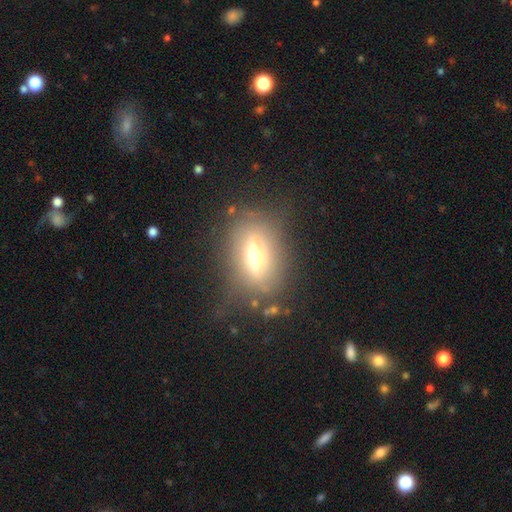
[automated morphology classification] featured or disk 45%, smooth 42%, star or artifact 13%. Down the decision tree: merging — none (70%).